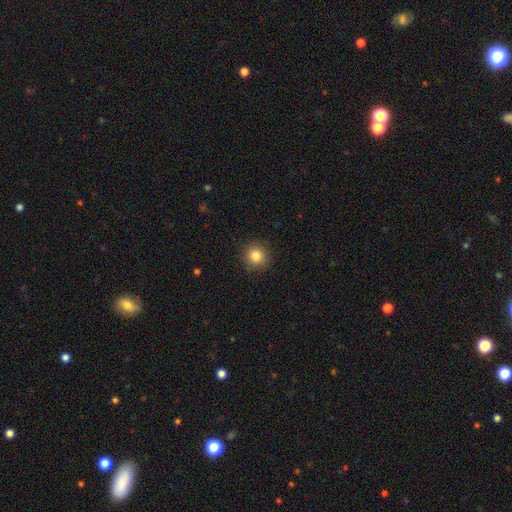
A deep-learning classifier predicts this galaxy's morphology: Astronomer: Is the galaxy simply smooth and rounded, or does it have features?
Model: smooth — 84%.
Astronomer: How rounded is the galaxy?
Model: round — 93%.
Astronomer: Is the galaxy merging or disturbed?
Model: none — 90%.